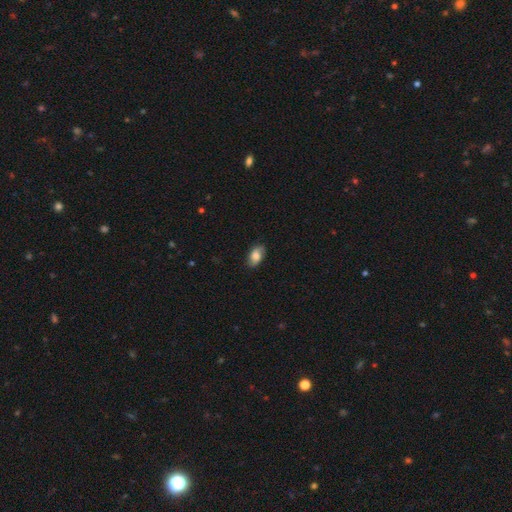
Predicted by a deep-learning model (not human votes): This appears to be a smooth galaxy with no disk features (56%) that is in between round and cigar-shaped (90%). Merging: none (79%).